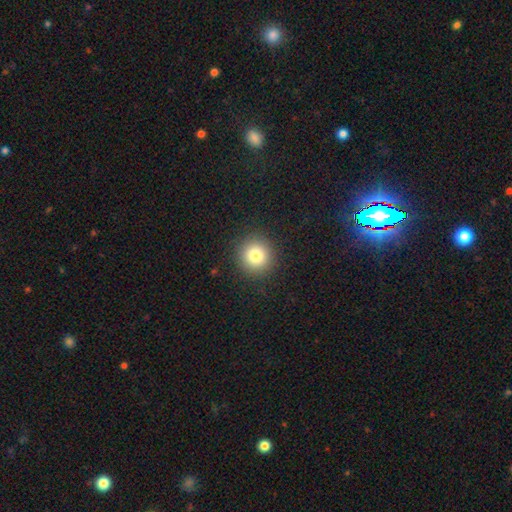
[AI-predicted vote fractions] Q: Smooth or featured?
A: smooth (81%); runner-up: star or artifact (11%)
Q: How rounded?
A: round (94%); runner-up: in between (5%)
Q: Merging?
A: none (91%); runner-up: minor disturbance (6%)